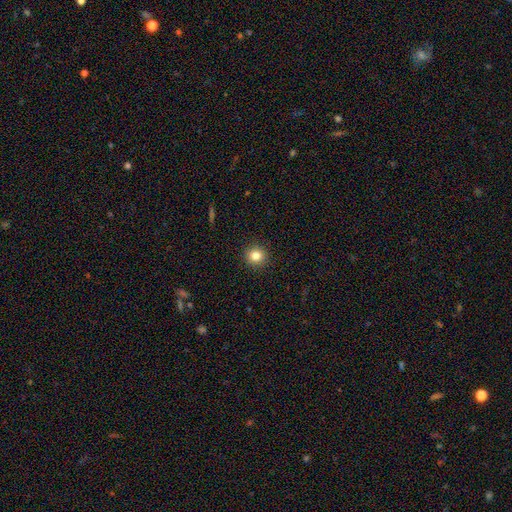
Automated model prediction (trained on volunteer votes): smooth 83%, star or artifact 11%, featured or disk 6%. Down the decision tree: how rounded — round (92%); merging — none (92%).